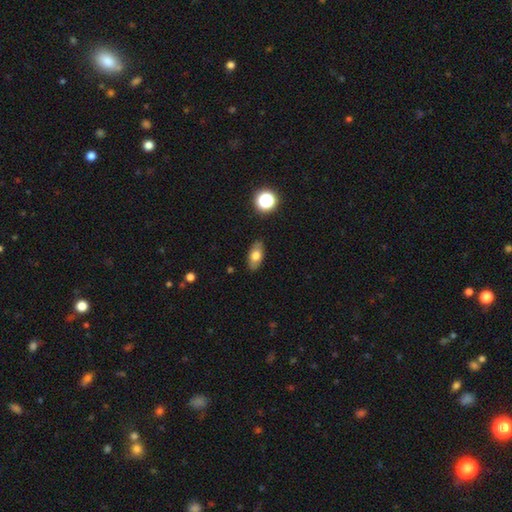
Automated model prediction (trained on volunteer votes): Overall: smooth (72%). How rounded: in between (88%). Merging: none (86%).